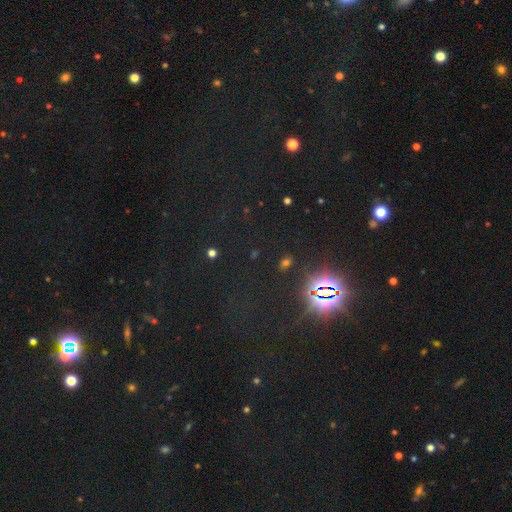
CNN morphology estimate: Overall: star or artifact (73%).